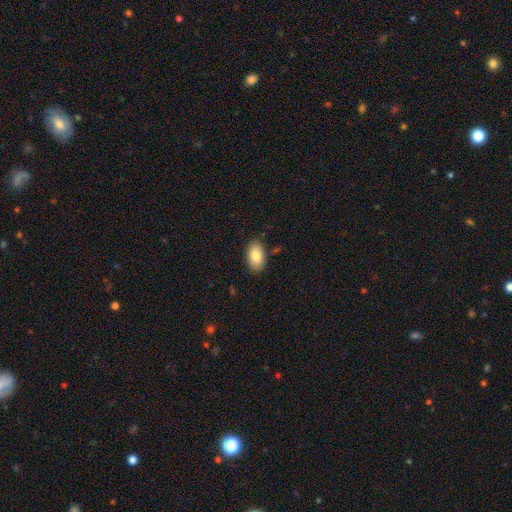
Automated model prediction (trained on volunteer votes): A smooth galaxy with no disk features (84%) that is in between round and cigar-shaped (93%). Merging: none (86%).